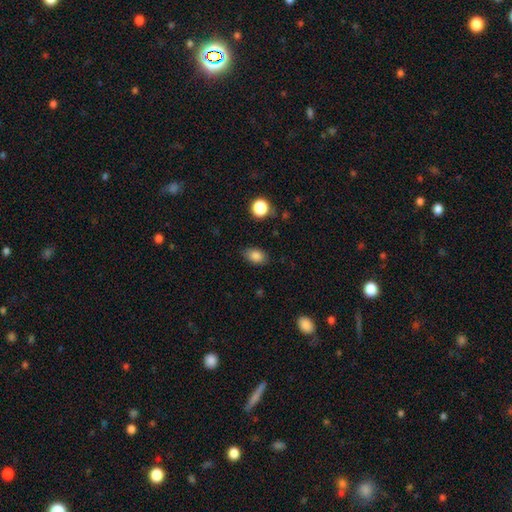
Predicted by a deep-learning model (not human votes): Morphology: type=smooth (84%); roundness=in between (84%); merging=none (82%).